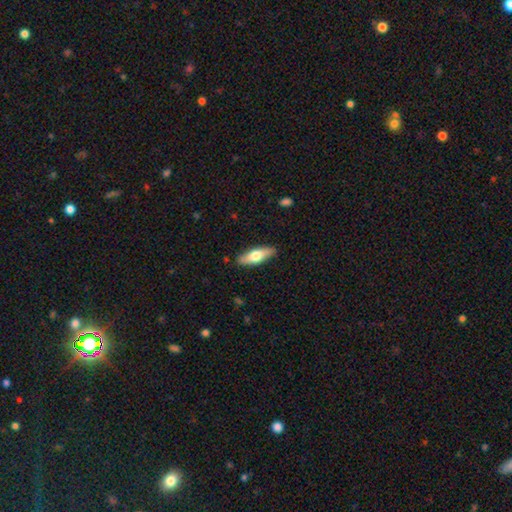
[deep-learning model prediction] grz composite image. It shows a smooth galaxy with no disk features (61%) that is in between round and cigar-shaped (56%). Merging: none (87%).